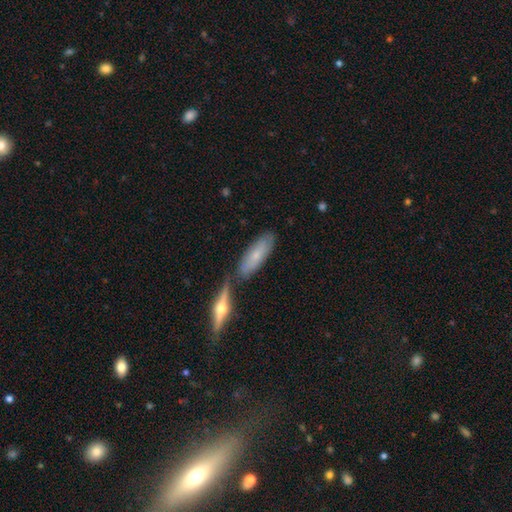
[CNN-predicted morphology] A smooth galaxy with no disk features (57%) that is in between round and cigar-shaped (55%).

Vote fractions:
- Smooth or featured? smooth: 57% / featured or disk: 36% / star or artifact: 7%
- How rounded? in between: 55% / cigar-shaped: 42% / round: 2%
- Merging? none: 60% / merger: 21% / minor disturbance: 15% / major disturbance: 3%